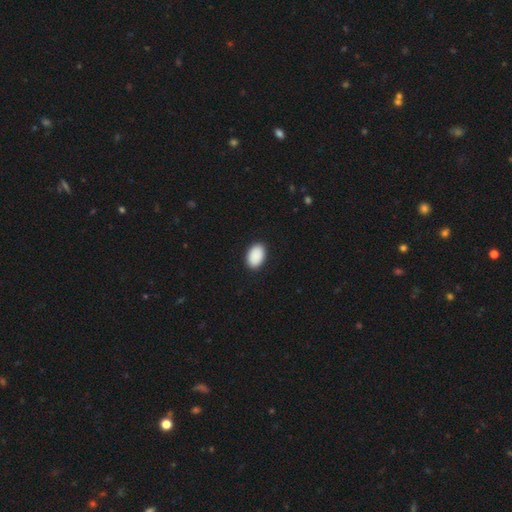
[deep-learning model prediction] A smooth galaxy with no disk features (91%) that is in between round and cigar-shaped (89%). Merging: none (90%).